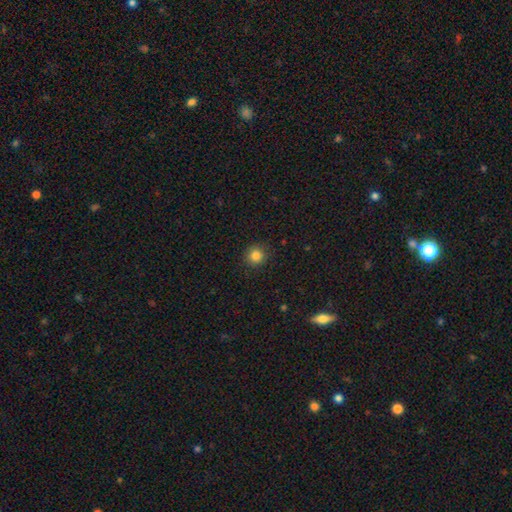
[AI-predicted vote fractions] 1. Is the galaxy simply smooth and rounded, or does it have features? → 84% smooth, 11% star or artifact, 4% featured or disk.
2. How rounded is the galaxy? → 91% round, 8% in between, 1% cigar-shaped.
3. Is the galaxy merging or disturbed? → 89% none, 8% minor disturbance, 2% major disturbance, 1% merger.